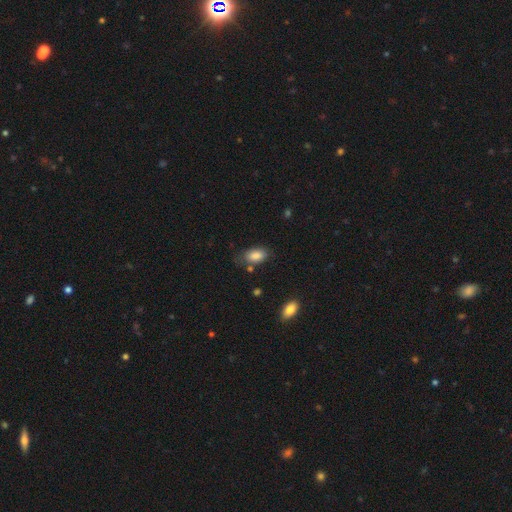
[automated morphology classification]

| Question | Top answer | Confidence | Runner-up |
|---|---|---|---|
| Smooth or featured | smooth | 86% | star or artifact (7%) |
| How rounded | in between | 92% | round (6%) |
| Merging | none | 68% | minor disturbance (22%) |